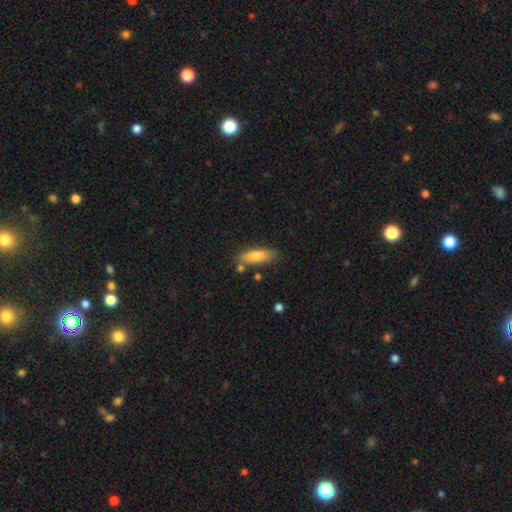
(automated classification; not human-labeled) Q: Smooth or featured?
A: smooth (79%); runner-up: featured or disk (15%)
Q: How rounded?
A: in between (50%); runner-up: cigar-shaped (48%)
Q: Merging?
A: none (76%); runner-up: minor disturbance (15%)